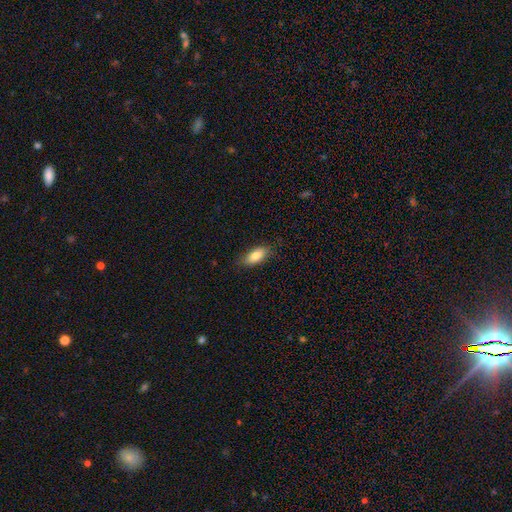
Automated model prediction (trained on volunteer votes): A smooth galaxy with no disk features (84%) that is in between round and cigar-shaped (83%).

Vote fractions:
- Smooth or featured? smooth: 84% / featured or disk: 10% / star or artifact: 7%
- How rounded? in between: 83% / cigar-shaped: 15% / round: 3%
- Merging? none: 83% / minor disturbance: 13% / major disturbance: 3% / merger: 1%